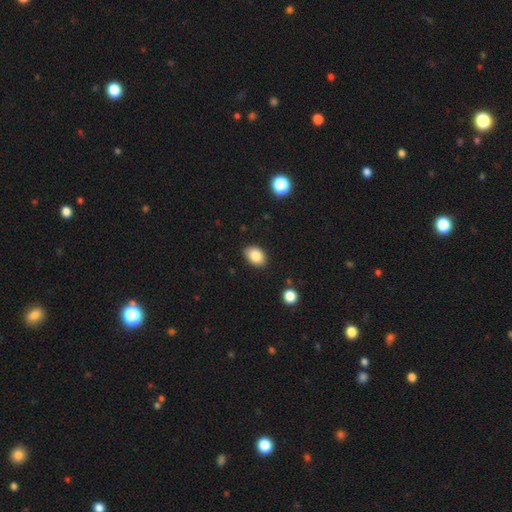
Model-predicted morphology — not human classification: This is clearly a smooth galaxy (85%). How rounded: likely in between (79%). Merging: clearly none (85%).